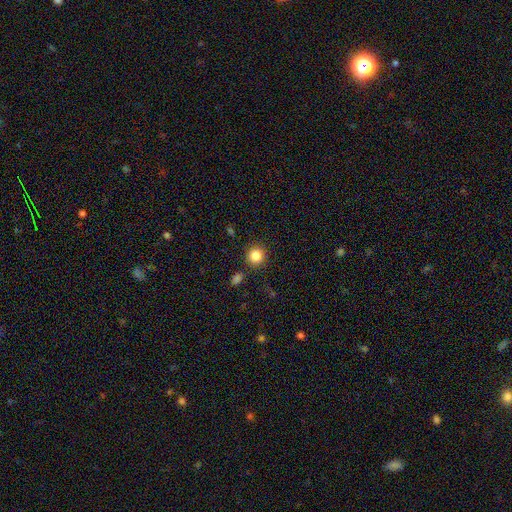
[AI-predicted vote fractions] Q: Smooth or featured?
A: smooth (85%); runner-up: star or artifact (10%)
Q: How rounded?
A: round (91%); runner-up: in between (8%)
Q: Merging?
A: none (86%); runner-up: minor disturbance (8%)